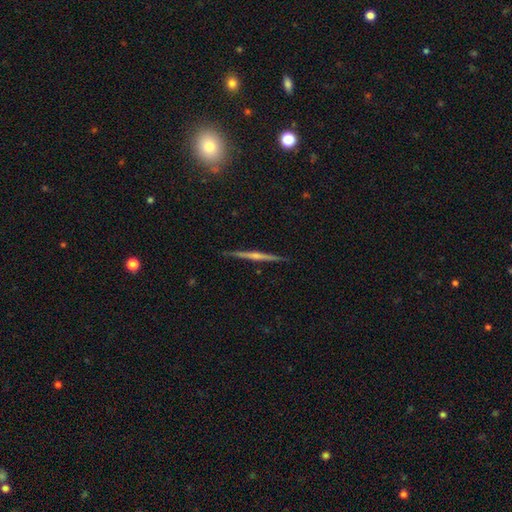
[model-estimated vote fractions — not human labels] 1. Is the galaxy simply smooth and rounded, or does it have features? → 72% featured or disk, 18% smooth, 10% star or artifact.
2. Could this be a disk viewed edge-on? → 97% yes, 3% no.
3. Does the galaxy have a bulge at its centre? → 58% rounded, 31% none, 11% boxy.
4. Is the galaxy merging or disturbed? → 90% none, 7% minor disturbance, 2% major disturbance, 2% merger.